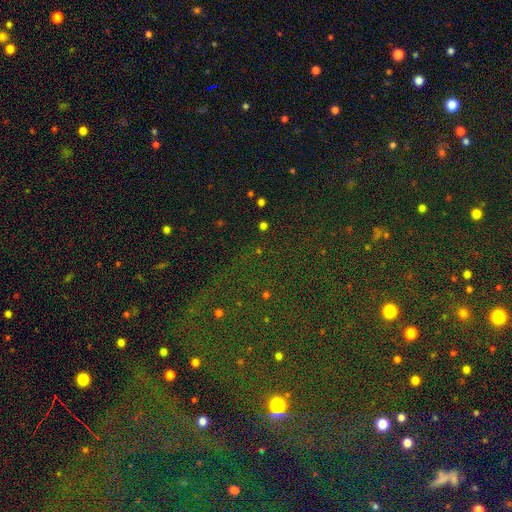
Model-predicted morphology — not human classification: Smooth or featured? Predicted: star or artifact (p=0.83).